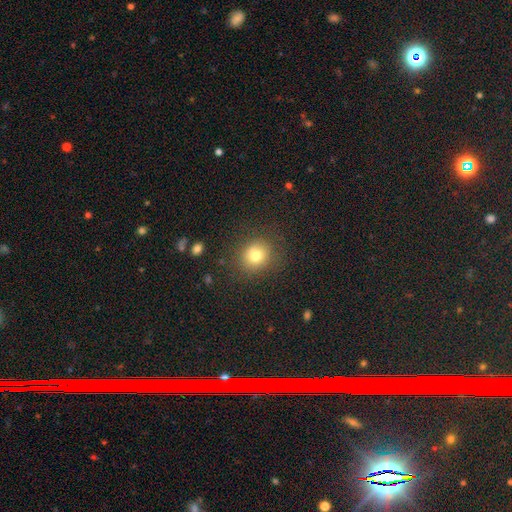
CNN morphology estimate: smooth 77%, star or artifact 13%, featured or disk 10%. Down the decision tree: how rounded — round (81%); merging — none (84%).